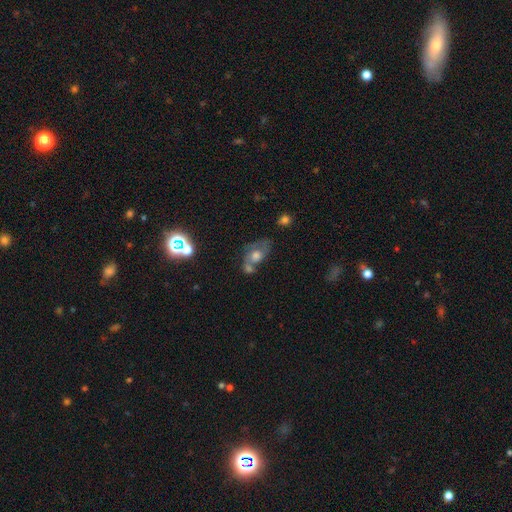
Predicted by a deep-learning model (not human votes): smooth-or-featured: featured or disk: 46% | smooth: 38% | star or artifact: 16%
  merging: none: 33% | merger: 32% | minor disturbance: 19% | major disturbance: 16%